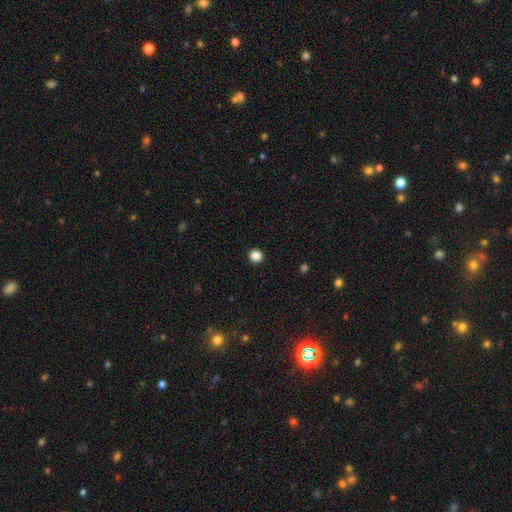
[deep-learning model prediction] Morphology: type=smooth (86%); roundness=round (93%); merging=none (93%).